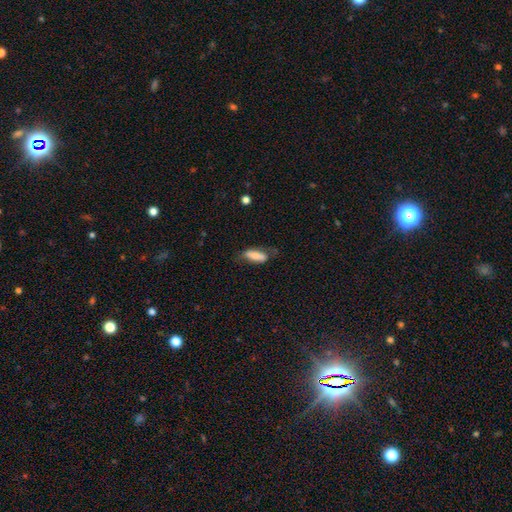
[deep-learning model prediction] smooth-or-featured: smooth: 70% | featured or disk: 23% | star or artifact: 7%
  how-rounded: in between: 68% | cigar-shaped: 29% | round: 3%
  merging: none: 53% | minor disturbance: 30% | major disturbance: 15% | merger: 3%